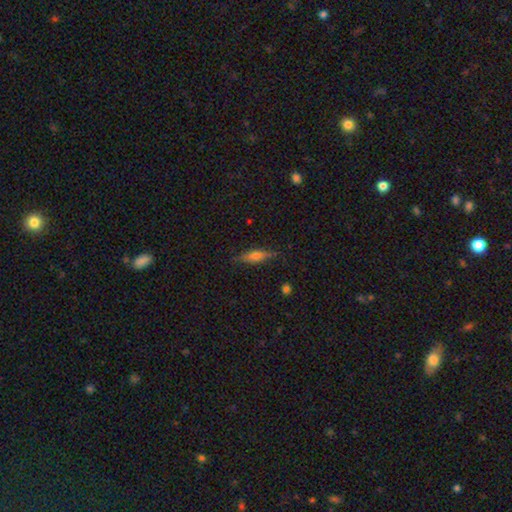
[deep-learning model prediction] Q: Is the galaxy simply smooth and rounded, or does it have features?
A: featured or disk — 46%.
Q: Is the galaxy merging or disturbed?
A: none — 82%.